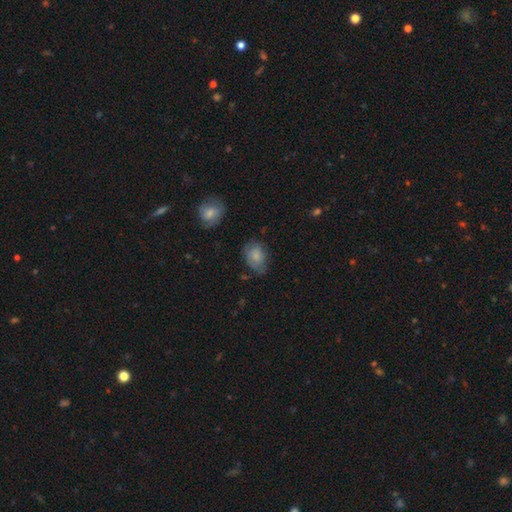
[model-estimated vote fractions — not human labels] Smooth or featured? smooth (81%)
How rounded? in between (73%)
Merging? none (59%)